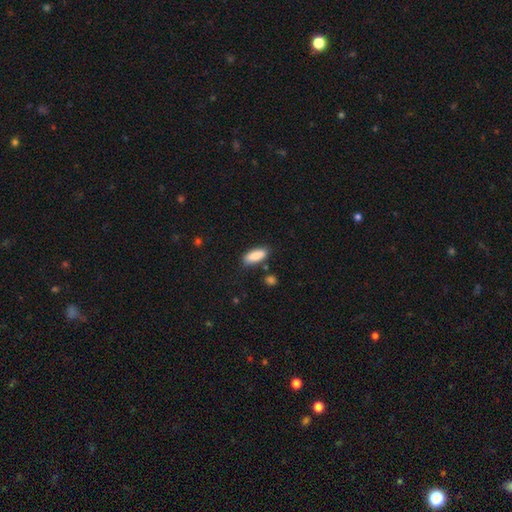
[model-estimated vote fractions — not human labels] smooth-or-featured: smooth: 86% | featured or disk: 8% | star or artifact: 6%
  how-rounded: in between: 78% | cigar-shaped: 20% | round: 2%
  merging: none: 81% | minor disturbance: 13% | merger: 4% | major disturbance: 3%